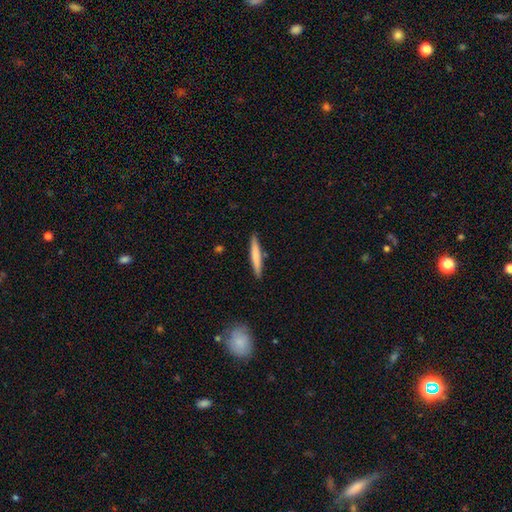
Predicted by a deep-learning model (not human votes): Smooth or featured: smooth — 73% (featured or disk — 22%)
How rounded: cigar-shaped — 95% (in between — 4%)
Merging: none — 88% (minor disturbance — 8%)